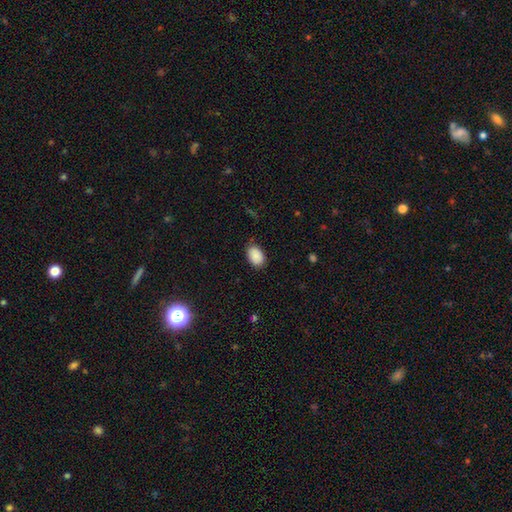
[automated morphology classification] This appears to be a smooth galaxy with no disk features (90%) that is in between round and cigar-shaped (84%). Merging: none (83%).